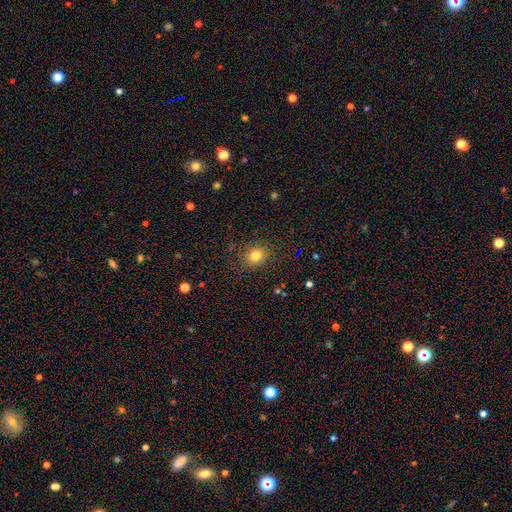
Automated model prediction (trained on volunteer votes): This appears to be a smooth galaxy with no disk features (80%) that is round (74%). Merging: none (85%).